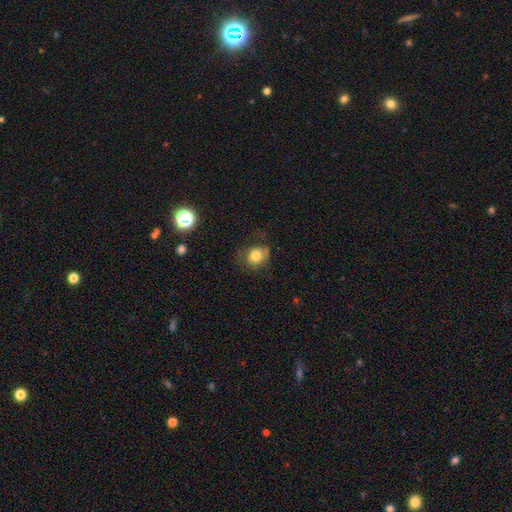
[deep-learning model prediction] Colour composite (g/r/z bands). It shows a smooth galaxy with no disk features (79%) that is round (72%). Merging: none (63%).